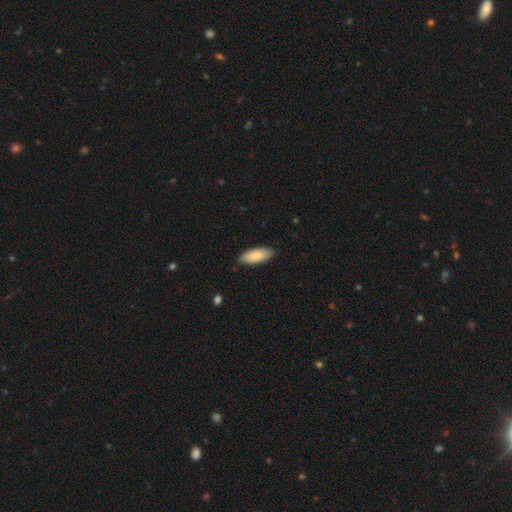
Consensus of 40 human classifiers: Volunteers were most divided on "smooth or featured": smooth: 75%, featured or disk: 18%, star or artifact: 8%. More confident: merging — none (86%); how rounded — in between (83%).